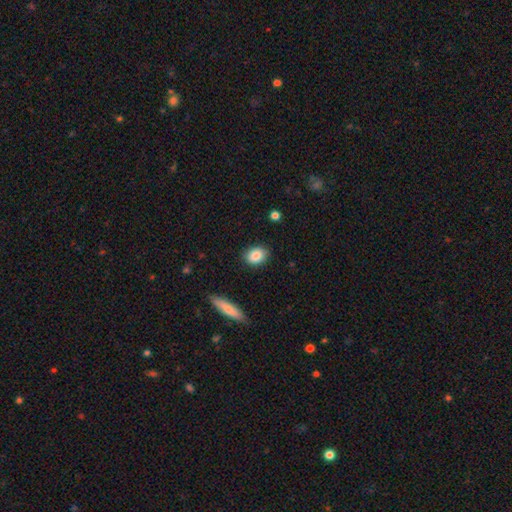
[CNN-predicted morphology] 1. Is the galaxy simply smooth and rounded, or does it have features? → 86% smooth, 8% star or artifact, 6% featured or disk.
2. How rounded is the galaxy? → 62% in between, 35% round, 2% cigar-shaped.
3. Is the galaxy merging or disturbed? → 86% none, 10% minor disturbance, 2% major disturbance, 1% merger.